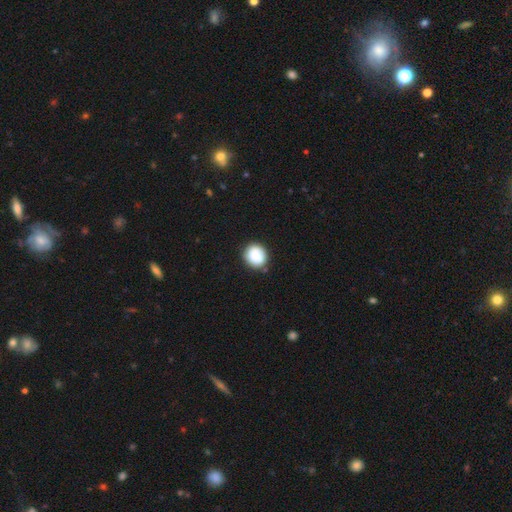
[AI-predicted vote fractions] This appears to be a smooth galaxy with no disk features (85%) that is round (83%). Merging: none (80%).